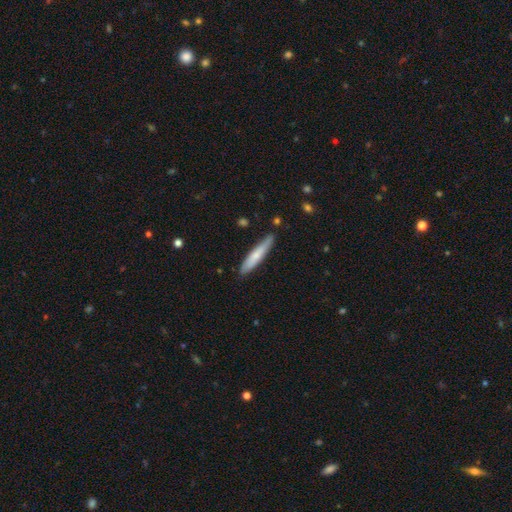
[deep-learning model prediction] The model was most divided on "smooth or featured": smooth: 67%, featured or disk: 28%, star or artifact: 5%. More confident: how rounded — cigar-shaped (90%); merging — none (85%).